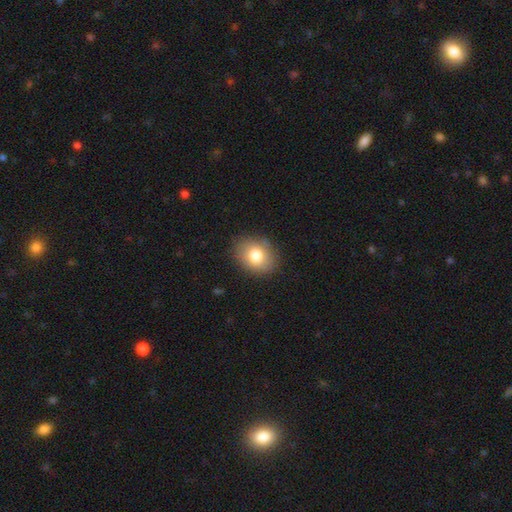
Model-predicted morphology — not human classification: smooth 80%, featured or disk 11%, star or artifact 9%. Down the decision tree: how rounded — in between (54%); merging — none (84%).